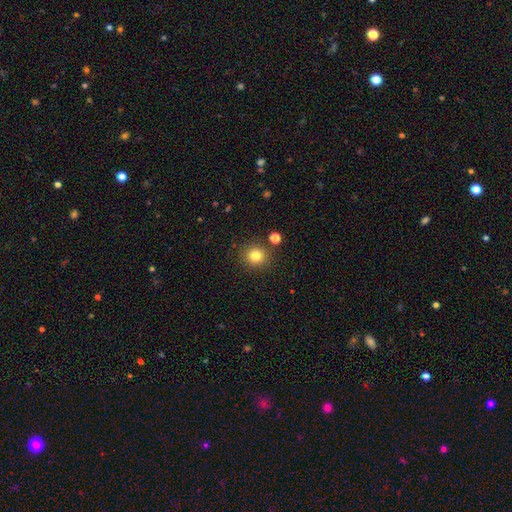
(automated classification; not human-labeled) Smooth or featured? smooth (81%)
How rounded? round (90%)
Merging? none (86%)